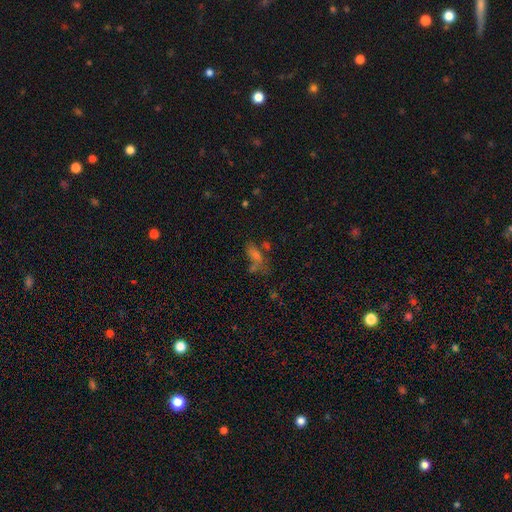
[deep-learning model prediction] Smooth or featured? Predicted: smooth (p=0.45). Merging? Predicted: none (p=0.43).